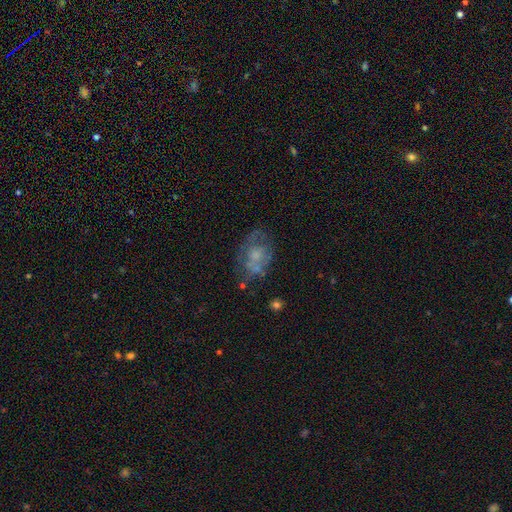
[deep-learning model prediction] featured or disk 52%, smooth 37%, star or artifact 10%. Down the decision tree: edge-on disk — no (96%); bar — no (87%); spiral arms — no (71%); bulge size — moderate (37%); merging — none (50%).